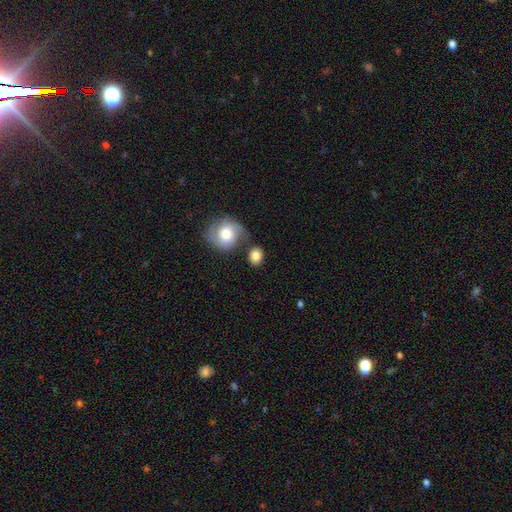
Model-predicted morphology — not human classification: Overall: smooth (81%). How rounded: round (60%; in between 39%). Merging: none (65%).